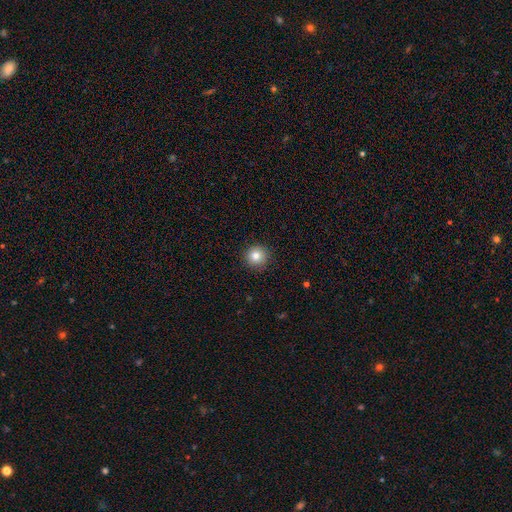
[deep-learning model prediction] A smooth galaxy with no disk features (81%) that is round (95%).

Vote fractions:
- Smooth or featured? smooth: 81% / star or artifact: 11% / featured or disk: 8%
- How rounded? round: 95% / in between: 4% / cigar-shaped: 1%
- Merging? none: 91% / minor disturbance: 6% / major disturbance: 2% / merger: 1%